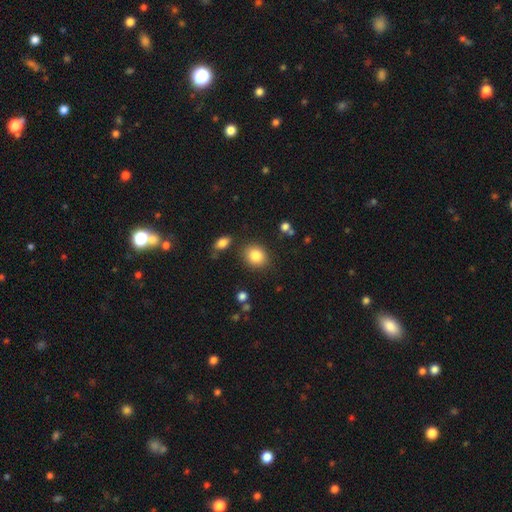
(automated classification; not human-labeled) Q: Smooth or featured?
A: smooth (85%); runner-up: star or artifact (9%)
Q: How rounded?
A: round (66%); runner-up: in between (33%)
Q: Merging?
A: none (84%); runner-up: minor disturbance (9%)